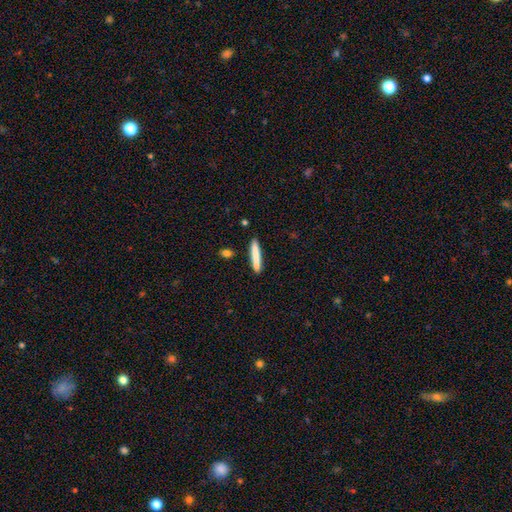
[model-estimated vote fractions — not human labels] The model was most divided on "smooth or featured": smooth: 79%, featured or disk: 15%, star or artifact: 6%. More confident: how rounded — cigar-shaped (94%); merging — none (89%).